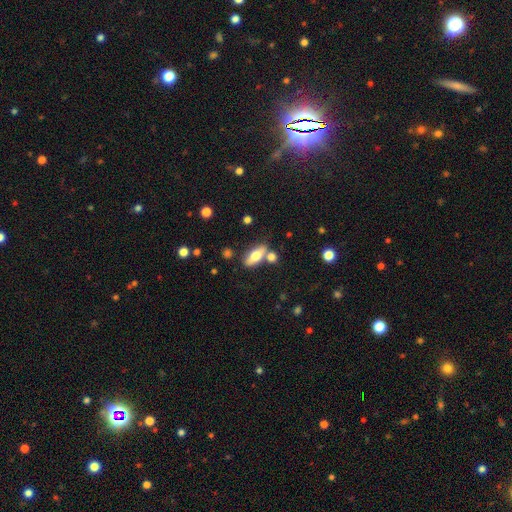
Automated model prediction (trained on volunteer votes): A smooth galaxy with no disk features (61%) that is in between round and cigar-shaped (72%).

Vote fractions:
- Smooth or featured? smooth: 61% / featured or disk: 32% / star or artifact: 7%
- How rounded? in between: 72% / cigar-shaped: 23% / round: 5%
- Merging? none: 65% / merger: 20% / minor disturbance: 12% / major disturbance: 4%